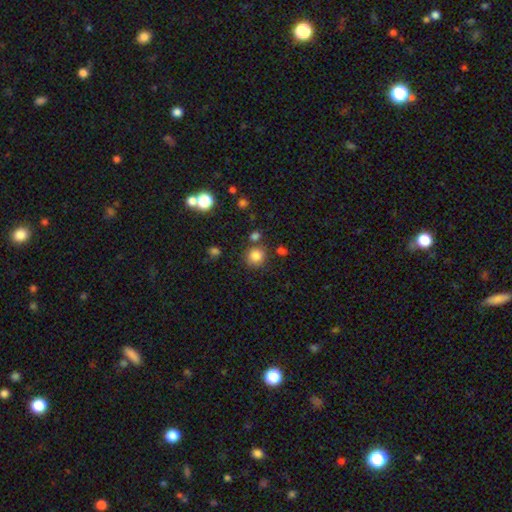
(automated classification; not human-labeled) Morphology: type=smooth (83%); roundness=round (89%); merging=none (78%).